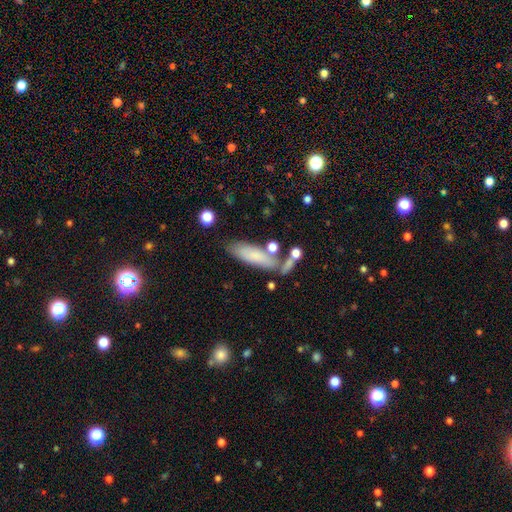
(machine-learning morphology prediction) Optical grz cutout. It shows a smooth galaxy with no disk features (74%) that is cigar-shaped (49%, tied with in between). Merging: none (60%).